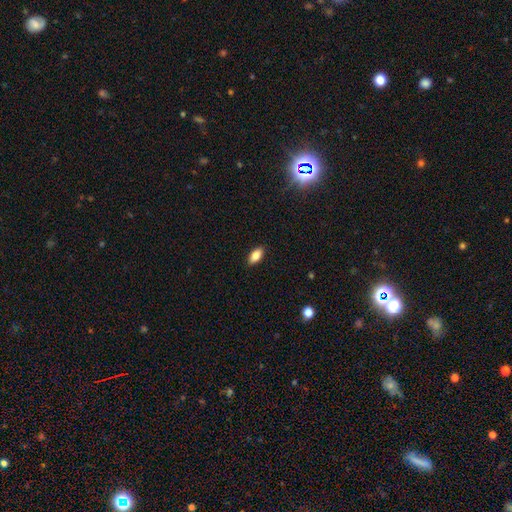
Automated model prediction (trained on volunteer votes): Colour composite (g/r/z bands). It shows a smooth galaxy with no disk features (83%) that is in between round and cigar-shaped (89%). Merging: none (89%).